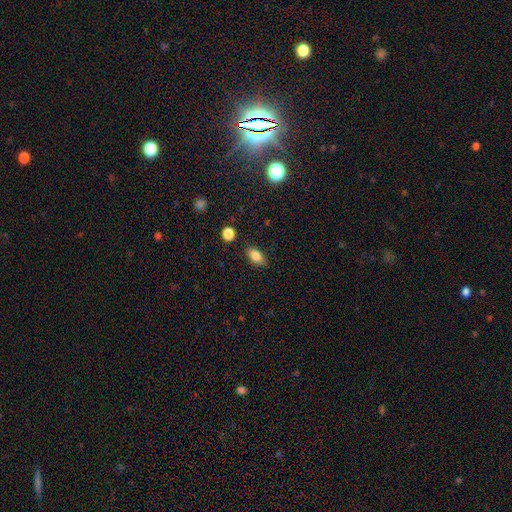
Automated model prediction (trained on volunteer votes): This is clearly a smooth galaxy (84%). How rounded: clearly in between (88%). Merging: clearly none (84%).